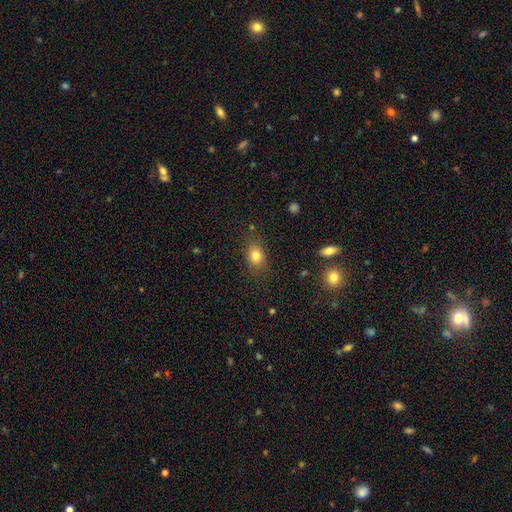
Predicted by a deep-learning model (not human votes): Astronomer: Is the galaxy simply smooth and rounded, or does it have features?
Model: smooth — 80%.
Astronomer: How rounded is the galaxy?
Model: in between — 60% (runner-up: round, 39%).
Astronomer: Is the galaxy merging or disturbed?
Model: none — 81%.